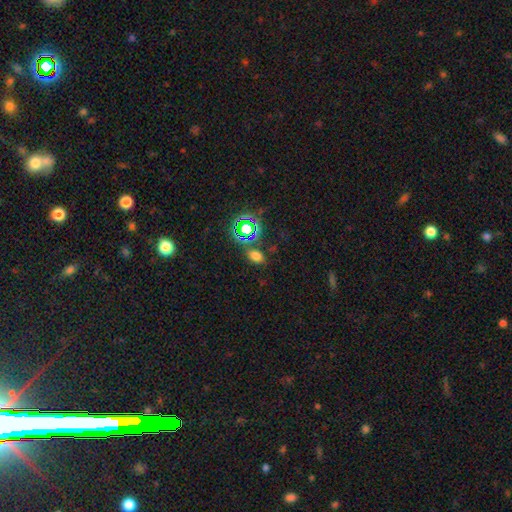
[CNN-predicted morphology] The model was most divided on "smooth or featured": smooth: 64%, star or artifact: 29%, featured or disk: 7%. More confident: how rounded — in between (78%); merging — none (77%).